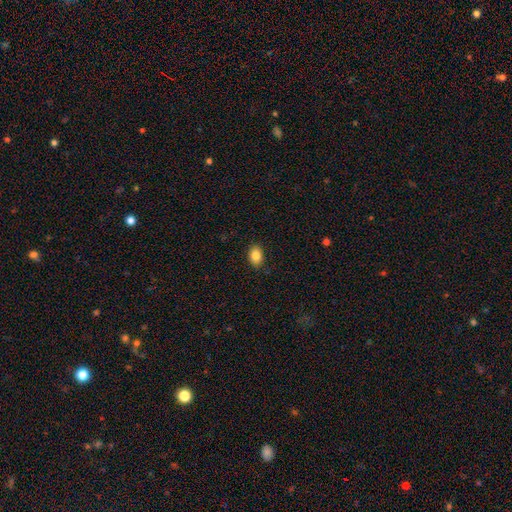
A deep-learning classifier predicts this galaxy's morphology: Smooth or featured? Predicted: smooth (p=0.84). How rounded? Predicted: in between (p=0.78). Merging? Predicted: none (p=0.87).